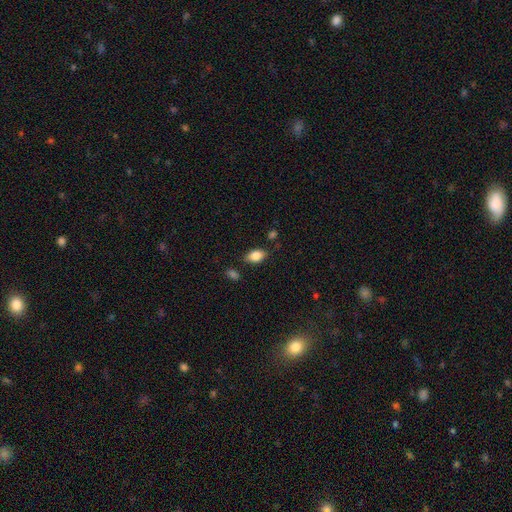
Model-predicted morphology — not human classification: Smooth or featured?
  - smooth: 84% *
  - featured or disk: 8%
  - star or artifact: 8%
How rounded?
  - in between: 89% *
  - round: 8%
  - cigar-shaped: 2%
Merging?
  - none: 80% *
  - minor disturbance: 14%
  - merger: 3%
  - major disturbance: 3%